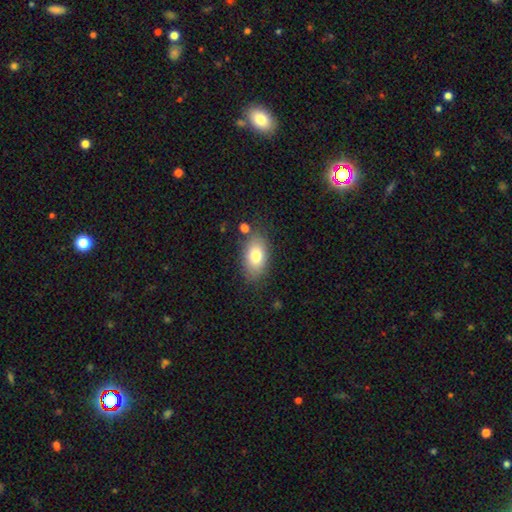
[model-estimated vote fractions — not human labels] Overall: smooth (78%). How rounded: in between (89%). Merging: none (77%).